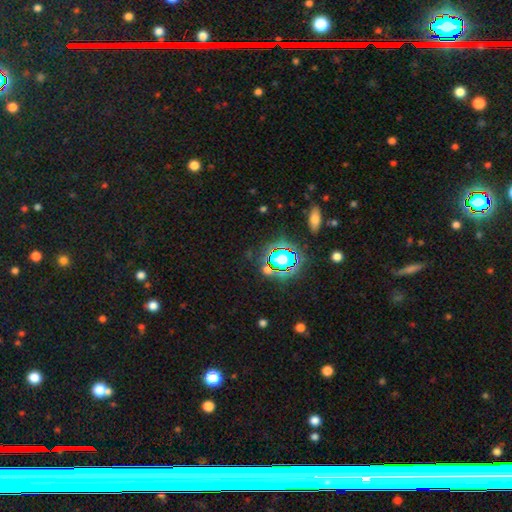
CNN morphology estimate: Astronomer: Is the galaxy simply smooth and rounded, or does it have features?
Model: star or artifact — 77%.